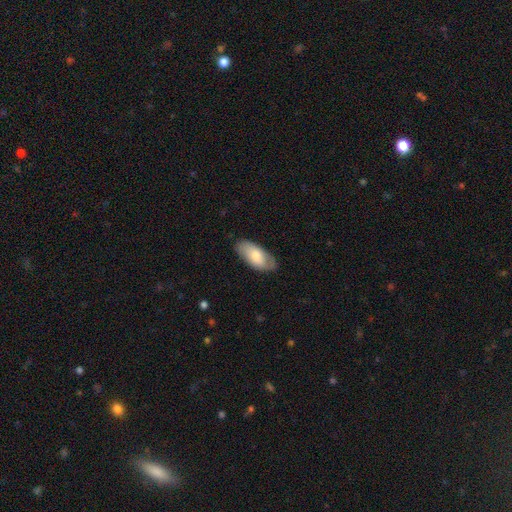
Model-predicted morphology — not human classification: smooth-or-featured: smooth: 69% | featured or disk: 25% | star or artifact: 5%
  how-rounded: in between: 92% | cigar-shaped: 6% | round: 2%
  merging: none: 79% | minor disturbance: 16% | major disturbance: 4% | merger: 1%